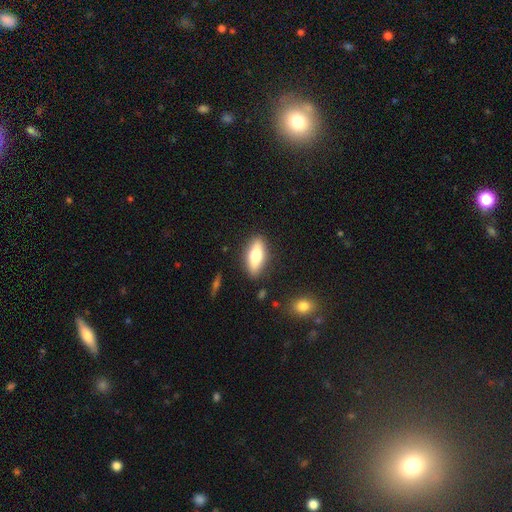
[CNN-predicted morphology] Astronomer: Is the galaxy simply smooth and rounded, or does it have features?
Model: smooth — 68%.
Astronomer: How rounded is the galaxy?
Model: in between — 69%.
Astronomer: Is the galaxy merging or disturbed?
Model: none — 86%.